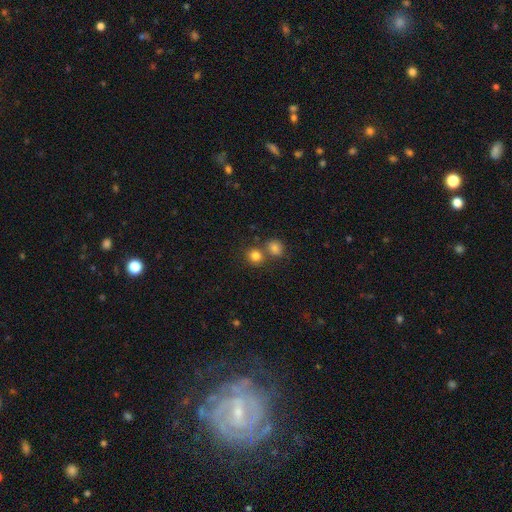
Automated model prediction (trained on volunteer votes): Q: Smooth or featured?
A: smooth (81%); runner-up: star or artifact (13%)
Q: How rounded?
A: round (84%); runner-up: in between (15%)
Q: Merging?
A: none (59%); runner-up: merger (31%)